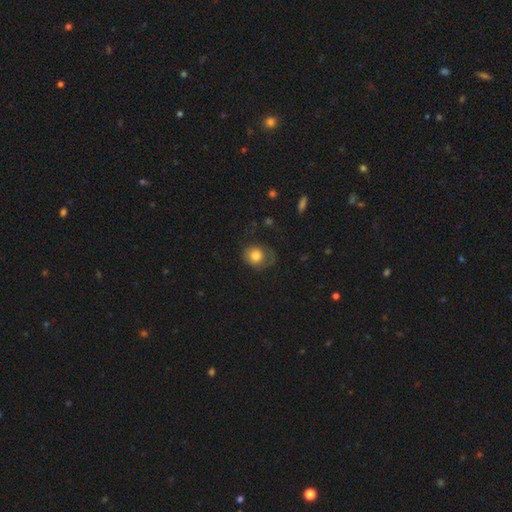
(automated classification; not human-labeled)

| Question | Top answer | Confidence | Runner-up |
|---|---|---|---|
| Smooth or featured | smooth | 78% | featured or disk (14%) |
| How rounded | round | 70% | in between (29%) |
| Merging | none | 51% | minor disturbance (27%) |